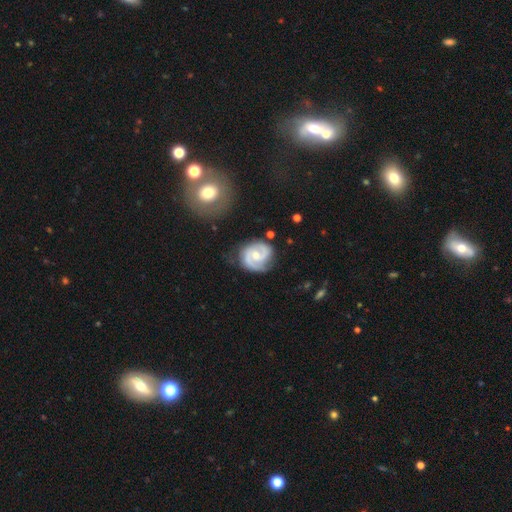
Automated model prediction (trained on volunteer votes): This appears to be a featured or disk galaxy (86%) with no bar (52%), 2 (86%) medium (45%) spiral arms (97%) and a moderate central bulge (54%). Merging: none (72%).